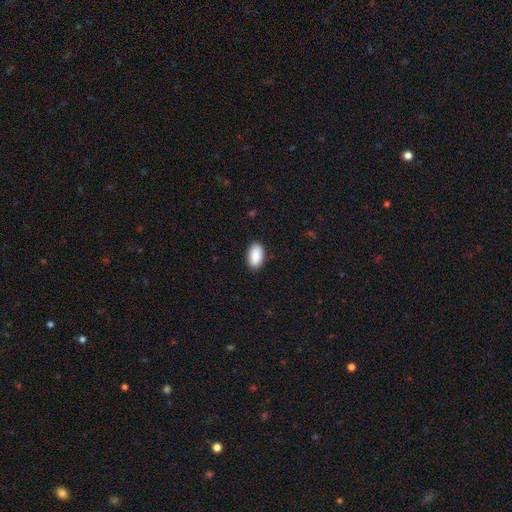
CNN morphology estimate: This appears to be a smooth galaxy with no disk features (91%) that is in between round and cigar-shaped (95%). Merging: none (88%).